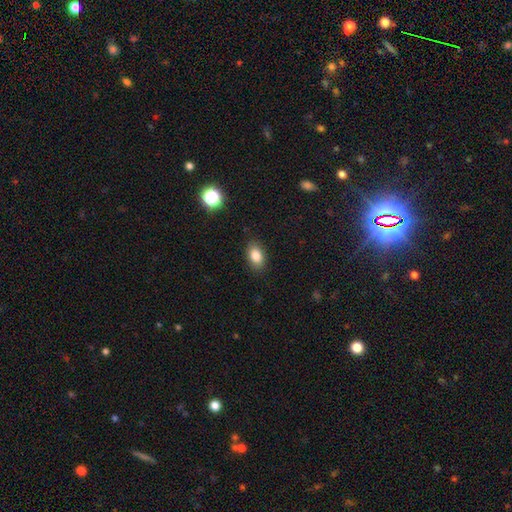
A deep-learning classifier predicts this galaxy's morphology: Smooth or featured: smooth — 83% (star or artifact — 9%)
How rounded: in between — 88% (round — 10%)
Merging: none — 86% (minor disturbance — 10%)